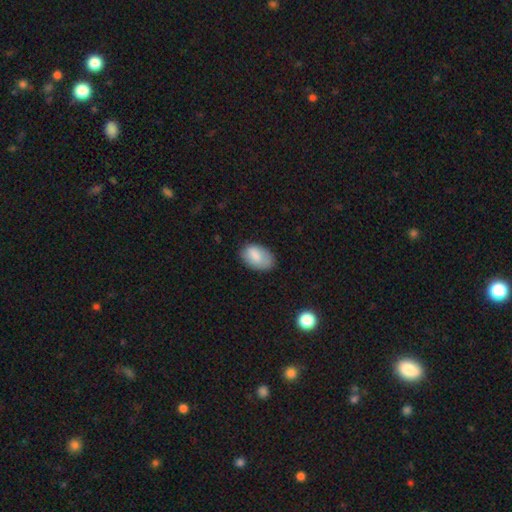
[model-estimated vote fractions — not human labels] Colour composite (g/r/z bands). It shows a smooth galaxy with no disk features (82%) that is in between round and cigar-shaped (91%). Merging: none (69%).